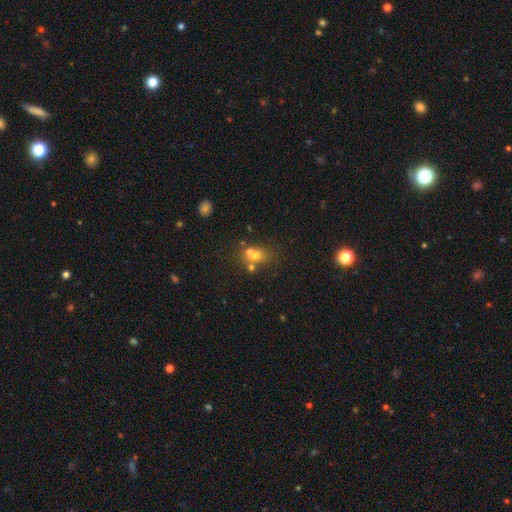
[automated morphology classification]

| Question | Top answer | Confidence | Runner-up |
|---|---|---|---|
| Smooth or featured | smooth | 56% | featured or disk (23%) |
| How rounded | round | 66% | in between (32%) |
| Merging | merger | 48% | none (38%) |